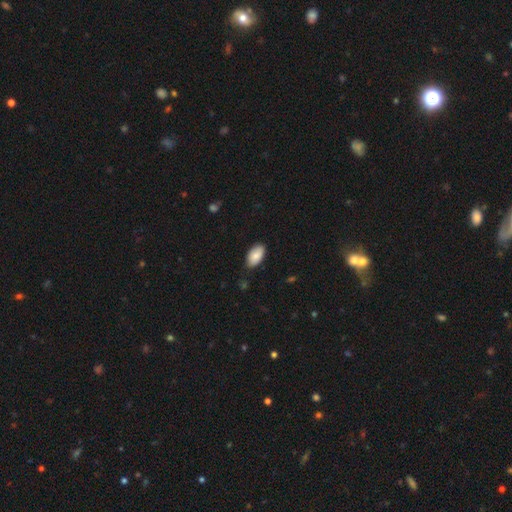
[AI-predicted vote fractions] This appears to be a smooth galaxy with no disk features (85%) that is in between round and cigar-shaped (95%). Merging: none (80%).